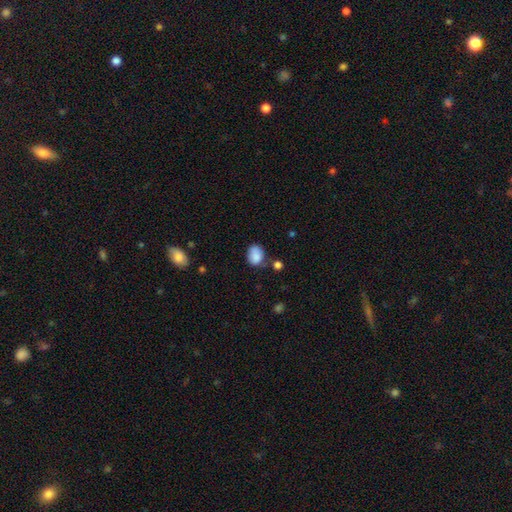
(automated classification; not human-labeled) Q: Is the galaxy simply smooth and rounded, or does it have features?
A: smooth — 85%.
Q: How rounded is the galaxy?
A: in between — 62%.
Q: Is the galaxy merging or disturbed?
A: none — 58%.